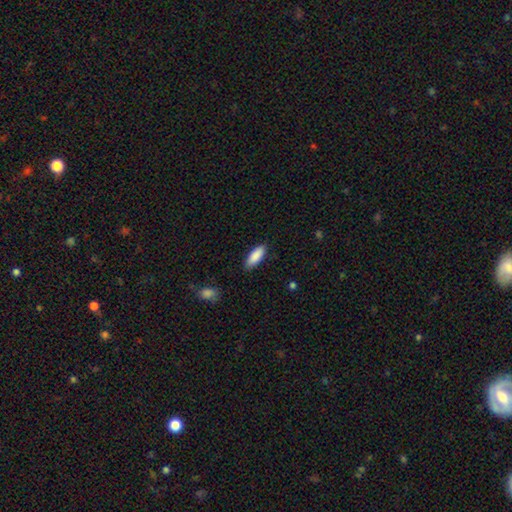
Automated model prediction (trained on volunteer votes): Smooth or featured? Predicted: smooth (p=0.89). How rounded? Predicted: in between (p=0.72). Merging? Predicted: none (p=0.85).